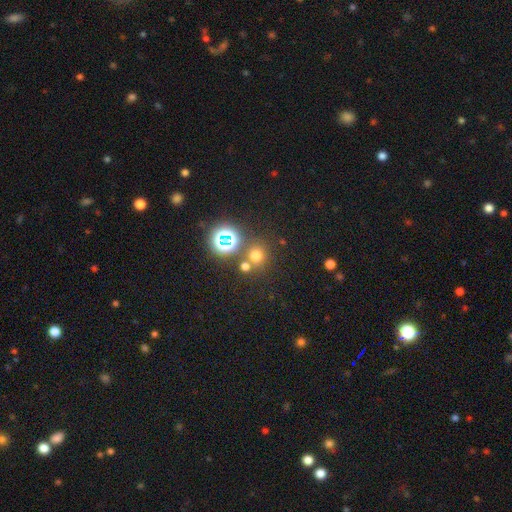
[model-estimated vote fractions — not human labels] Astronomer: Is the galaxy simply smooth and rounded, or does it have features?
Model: smooth — 61%.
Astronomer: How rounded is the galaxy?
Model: round — 89%.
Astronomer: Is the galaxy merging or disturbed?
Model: none — 72%.